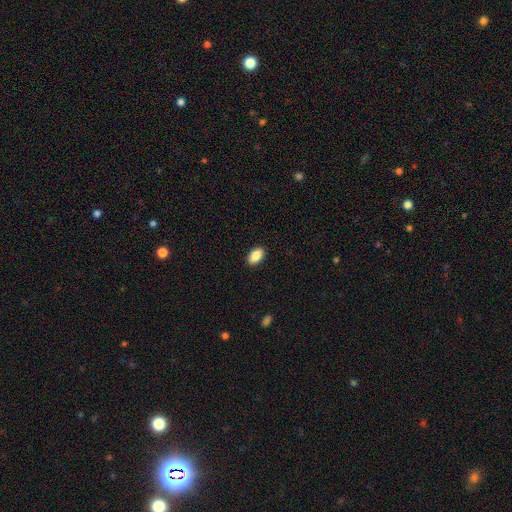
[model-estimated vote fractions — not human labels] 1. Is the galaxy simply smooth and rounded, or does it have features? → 89% smooth, 7% star or artifact, 4% featured or disk.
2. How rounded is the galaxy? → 92% in between, 6% round, 2% cigar-shaped.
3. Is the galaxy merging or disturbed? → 90% none, 7% minor disturbance, 2% major disturbance, 1% merger.